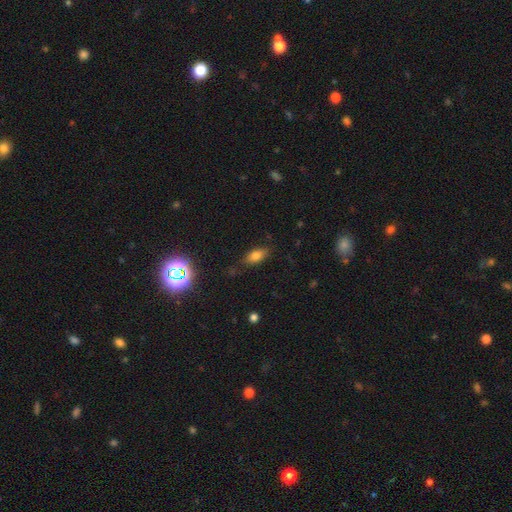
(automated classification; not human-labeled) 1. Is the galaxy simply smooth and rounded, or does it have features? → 72% smooth, 14% star or artifact, 14% featured or disk.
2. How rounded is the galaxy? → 83% in between, 11% cigar-shaped, 6% round.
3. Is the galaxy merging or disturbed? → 75% none, 18% minor disturbance, 5% major disturbance, 2% merger.